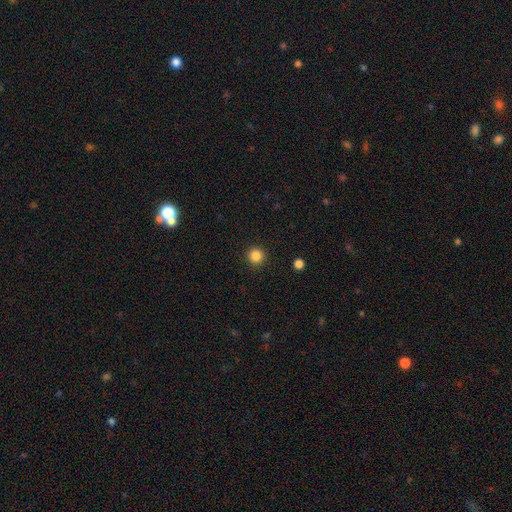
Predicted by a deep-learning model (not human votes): smooth-or-featured: smooth: 85% | star or artifact: 11% | featured or disk: 4%
  how-rounded: round: 95% | in between: 4% | cigar-shaped: 1%
  merging: none: 92% | minor disturbance: 5% | major disturbance: 2% | merger: 1%